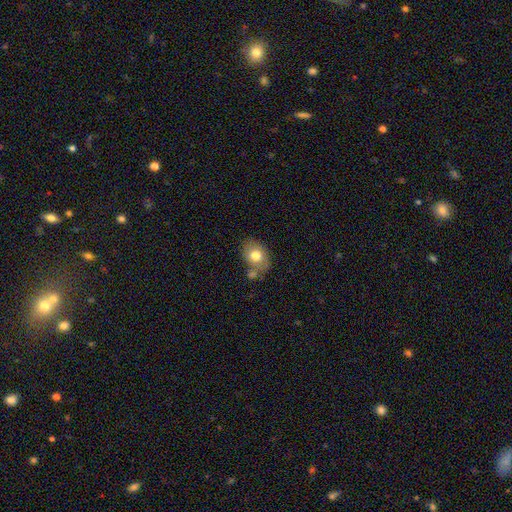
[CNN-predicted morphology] This appears to be a smooth galaxy with no disk features (76%) that is in between round and cigar-shaped (63%). Merging: none (59%).